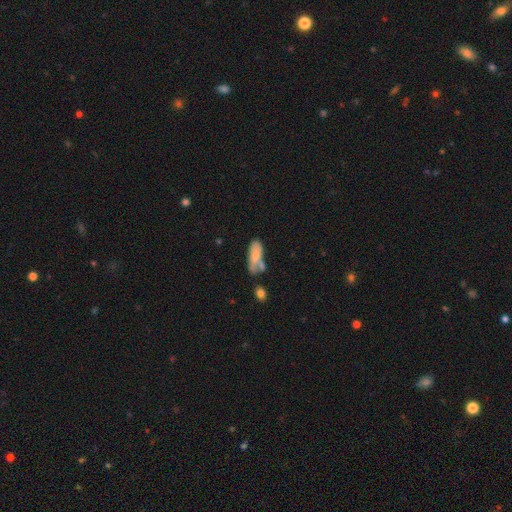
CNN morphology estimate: smooth_or_featured: smooth (p=0.71) [alt: featured or disk p=0.21]
how_rounded: in between (p=0.77) [alt: cigar-shaped p=0.20]
merging: none (p=0.39) [alt: minor disturbance p=0.25]